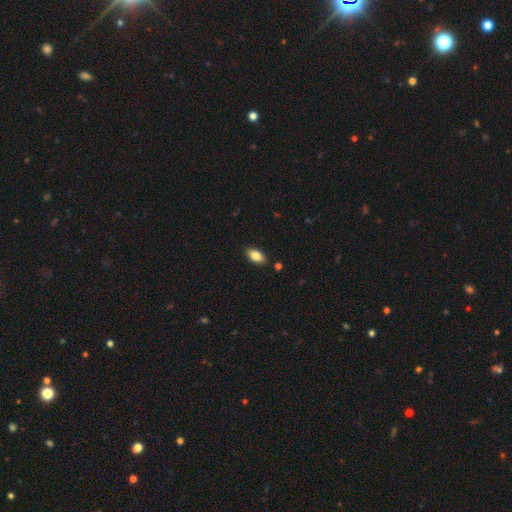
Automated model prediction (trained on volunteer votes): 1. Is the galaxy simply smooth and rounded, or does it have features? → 85% smooth, 8% featured or disk, 7% star or artifact.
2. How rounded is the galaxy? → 91% in between, 5% cigar-shaped, 3% round.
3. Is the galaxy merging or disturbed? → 87% none, 9% minor disturbance, 2% major disturbance, 2% merger.